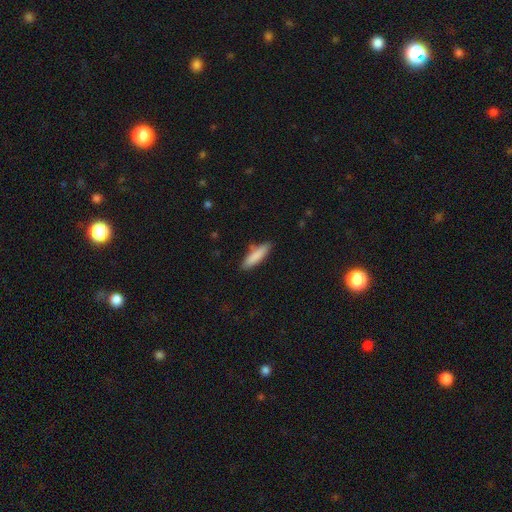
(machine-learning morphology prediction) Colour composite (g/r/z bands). It shows a smooth galaxy with no disk features (85%) that is cigar-shaped (70%). Merging: none (80%).